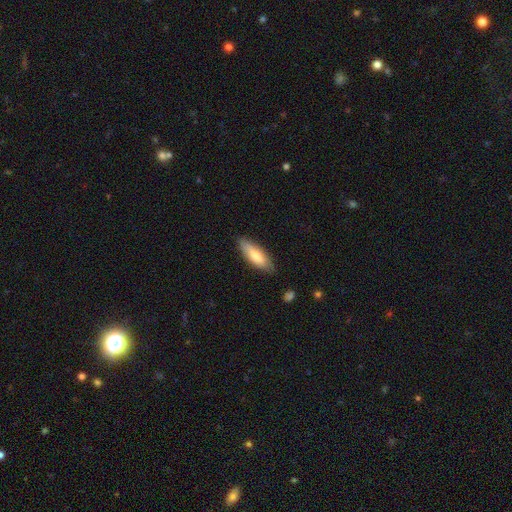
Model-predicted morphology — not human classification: smooth 74%, featured or disk 21%, star or artifact 6%. Down the decision tree: how rounded — in between (54%); merging — none (81%).